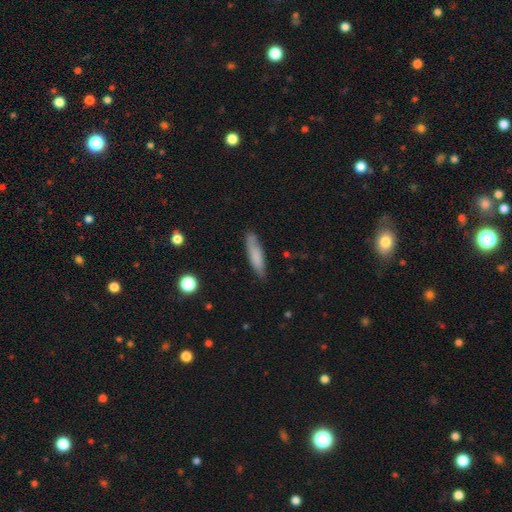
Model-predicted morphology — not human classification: The model was most divided on "how rounded": cigar-shaped: 77%, in between: 22%, round: 2%. More confident: merging — none (79%); smooth or featured — smooth (75%).